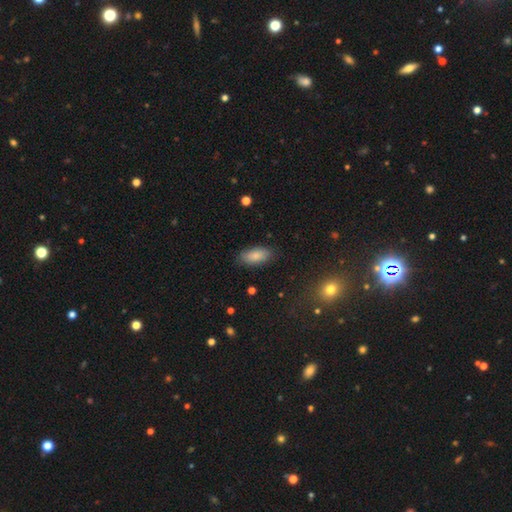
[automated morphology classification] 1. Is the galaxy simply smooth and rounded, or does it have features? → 84% smooth, 9% featured or disk, 7% star or artifact.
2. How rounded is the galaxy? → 90% in between, 7% cigar-shaped, 3% round.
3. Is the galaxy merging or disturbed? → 83% none, 12% minor disturbance, 3% major disturbance, 1% merger.